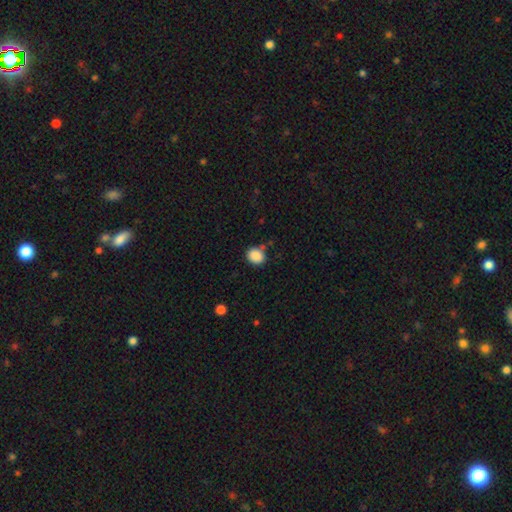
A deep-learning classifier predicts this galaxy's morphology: Overall: smooth (88%). How rounded: round (58%; in between 41%). Merging: none (79%).